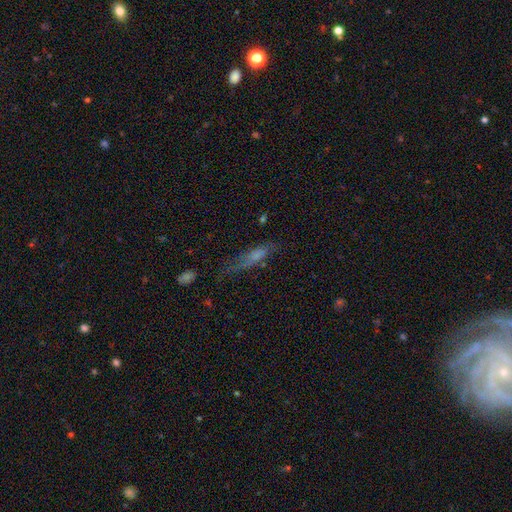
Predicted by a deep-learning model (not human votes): Smooth or featured? smooth (54%)
How rounded? cigar-shaped (67%)
Merging? none (45%)